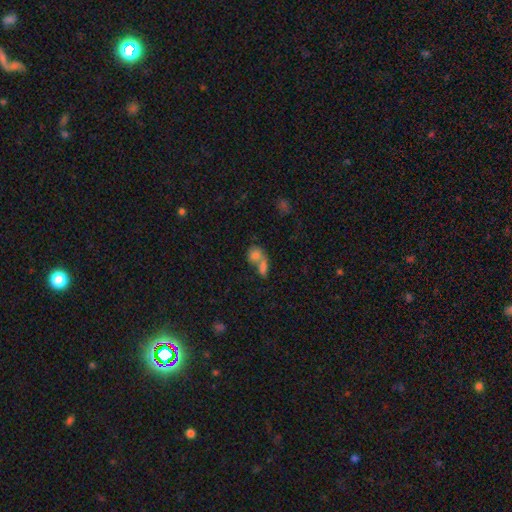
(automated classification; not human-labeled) Morphology: type=smooth (77%); roundness=round (51%); merging=merger (60%).